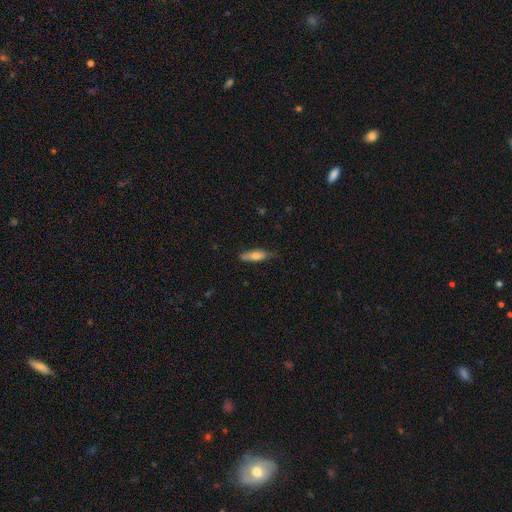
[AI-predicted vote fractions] A smooth galaxy with no disk features (65%) that is cigar-shaped (62%).

Vote fractions:
- Smooth or featured? smooth: 65% / featured or disk: 29% / star or artifact: 6%
- How rounded? cigar-shaped: 62% / in between: 36% / round: 2%
- Merging? none: 75% / minor disturbance: 20% / major disturbance: 3% / merger: 1%